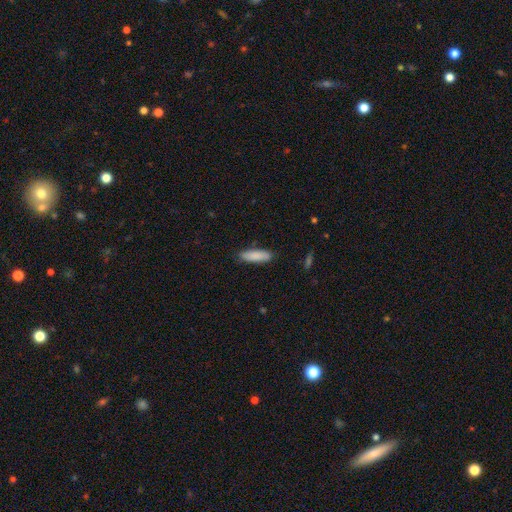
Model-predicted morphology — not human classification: Smooth or featured: smooth — 87% (featured or disk — 8%)
How rounded: cigar-shaped — 56% (in between — 43%)
Merging: none — 85% (minor disturbance — 12%)